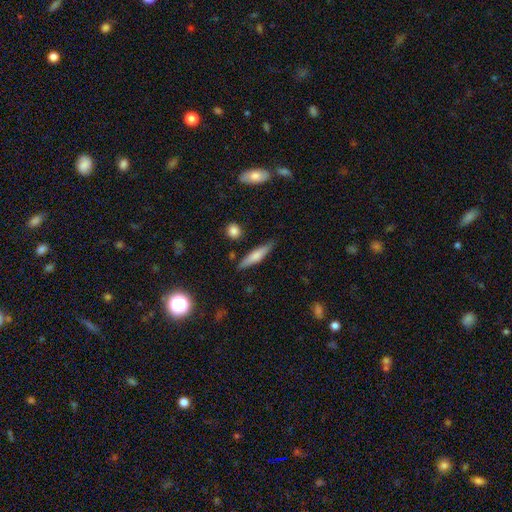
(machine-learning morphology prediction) type=smooth (62%); roundness=cigar-shaped (83%); merging=none (84%).